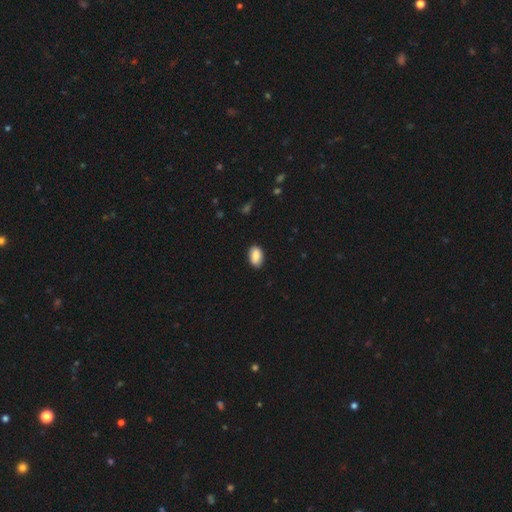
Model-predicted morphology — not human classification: A smooth galaxy with no disk features (88%) that is in between round and cigar-shaped (91%). Merging: none (86%).